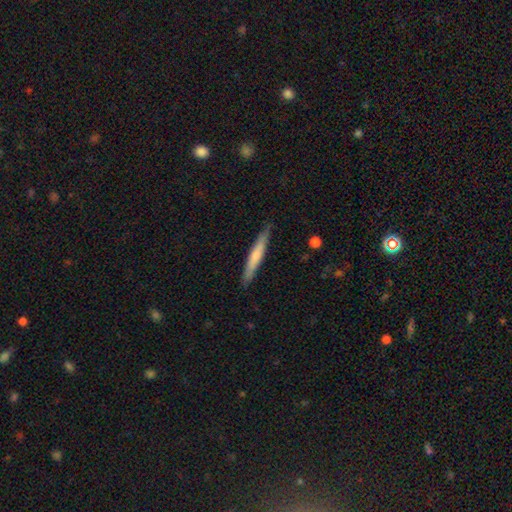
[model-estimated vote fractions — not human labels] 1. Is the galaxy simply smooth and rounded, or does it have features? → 62% smooth, 33% featured or disk, 5% star or artifact.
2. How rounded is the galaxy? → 95% cigar-shaped, 4% in between, 1% round.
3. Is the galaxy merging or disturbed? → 88% none, 9% minor disturbance, 2% major disturbance, 1% merger.